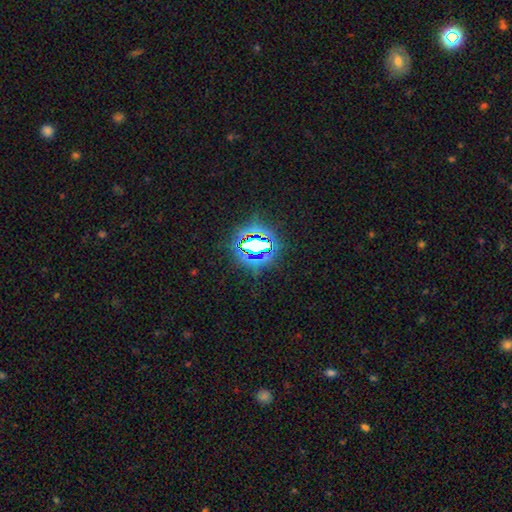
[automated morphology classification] Smooth or featured? Predicted: star or artifact (p=0.80).